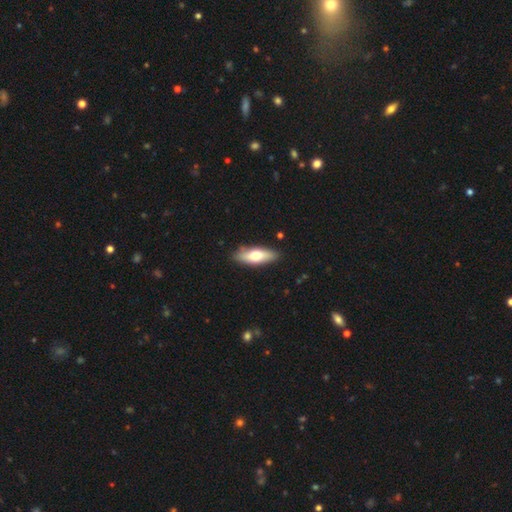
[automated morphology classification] Smooth or featured? Predicted: smooth (p=0.63). How rounded? Predicted: in between (p=0.60). Merging? Predicted: none (p=0.86).